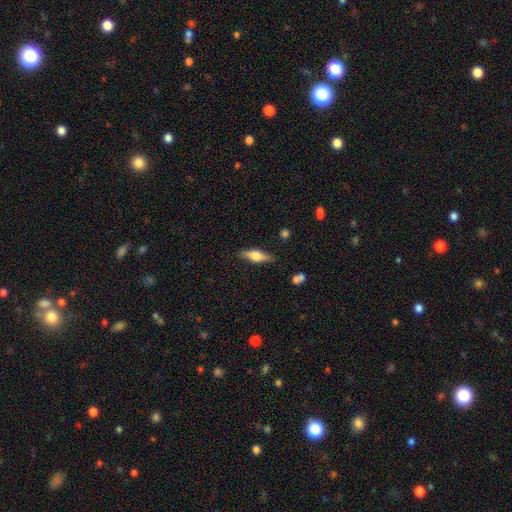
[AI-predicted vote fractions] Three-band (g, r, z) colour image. It shows a smooth galaxy with no disk features (51%) that is in between round and cigar-shaped (51%). Merging: none (84%).